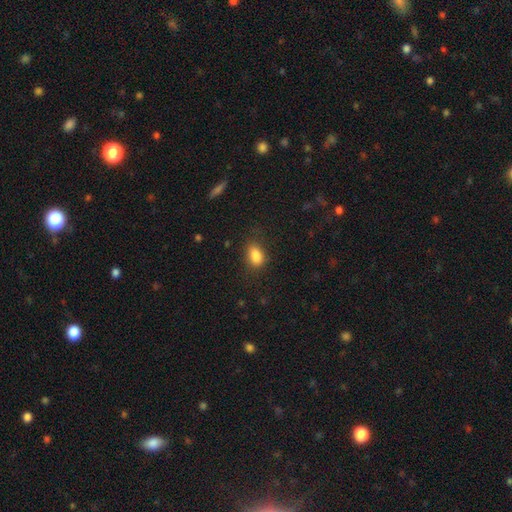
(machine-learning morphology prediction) smooth_or_featured: smooth (p=0.86) [alt: star or artifact p=0.09]
how_rounded: in between (p=0.86) [alt: round p=0.12]
merging: none (p=0.74) [alt: minor disturbance p=0.18]